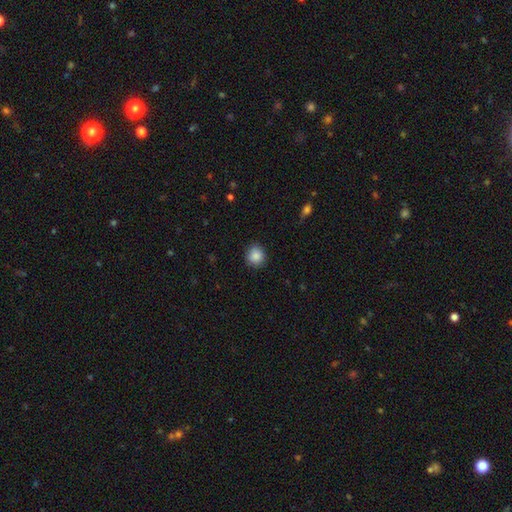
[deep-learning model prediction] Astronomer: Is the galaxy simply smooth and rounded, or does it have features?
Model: smooth — 87%.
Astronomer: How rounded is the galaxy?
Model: round — 88%.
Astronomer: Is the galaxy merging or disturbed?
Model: none — 86%.